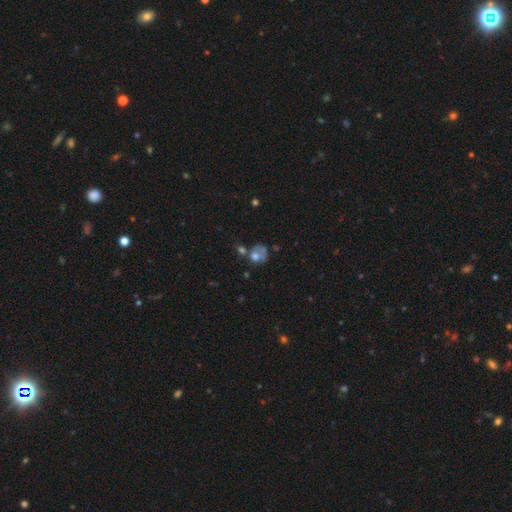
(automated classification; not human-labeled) A smooth galaxy with no disk features (56%) that is round (59%).

Vote fractions:
- Smooth or featured? smooth: 56% / featured or disk: 32% / star or artifact: 12%
- How rounded? round: 59% / in between: 40% / cigar-shaped: 1%
- Merging? none: 29% / merger: 28% / major disturbance: 23% / minor disturbance: 19%